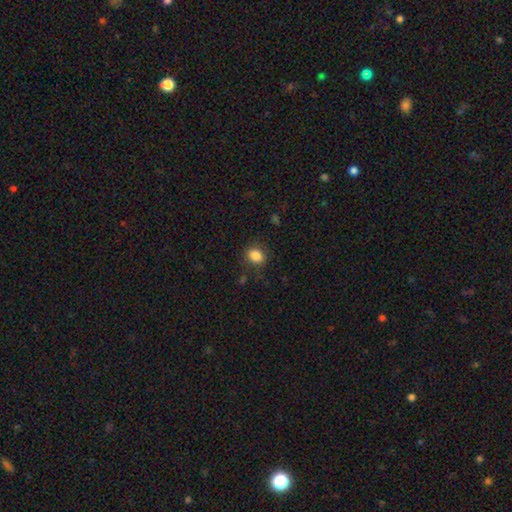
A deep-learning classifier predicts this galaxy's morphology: Q: Smooth or featured?
A: smooth (85%); runner-up: star or artifact (10%)
Q: How rounded?
A: round (51%); runner-up: in between (48%)
Q: Merging?
A: none (84%); runner-up: minor disturbance (11%)